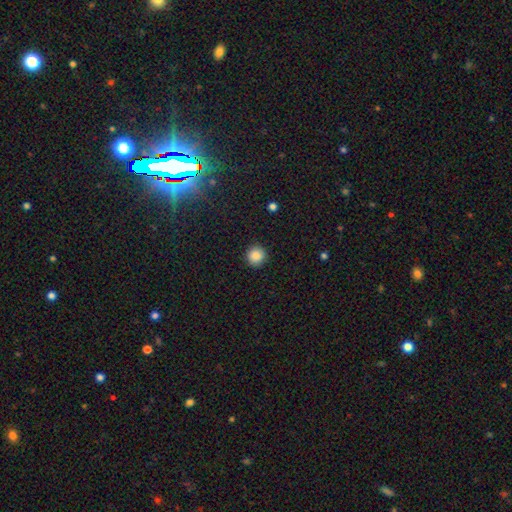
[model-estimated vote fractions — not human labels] Smooth or featured?
  - smooth: 87% *
  - star or artifact: 10%
  - featured or disk: 3%
How rounded?
  - round: 94% *
  - in between: 5%
  - cigar-shaped: 1%
Merging?
  - none: 91% *
  - minor disturbance: 6%
  - major disturbance: 2%
  - merger: 1%